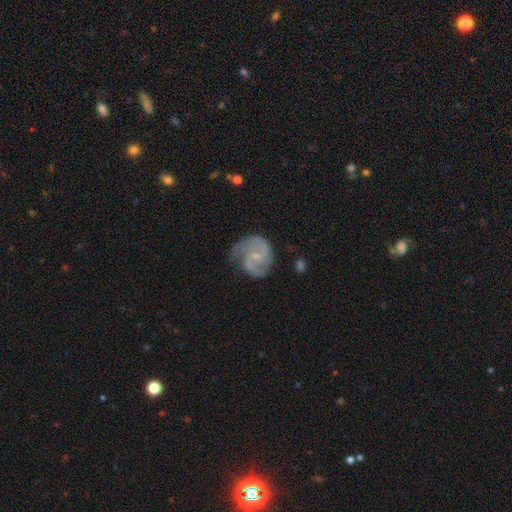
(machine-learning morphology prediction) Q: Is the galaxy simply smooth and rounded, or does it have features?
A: featured or disk — 83%.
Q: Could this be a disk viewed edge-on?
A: no — 98%.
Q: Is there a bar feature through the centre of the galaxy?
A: no — 63%.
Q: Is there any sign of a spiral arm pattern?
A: yes — 95%.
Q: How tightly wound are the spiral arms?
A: medium — 50%.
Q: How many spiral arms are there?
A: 2 — 73%.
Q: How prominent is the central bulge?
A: small — 74%.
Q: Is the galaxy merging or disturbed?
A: none — 60%.